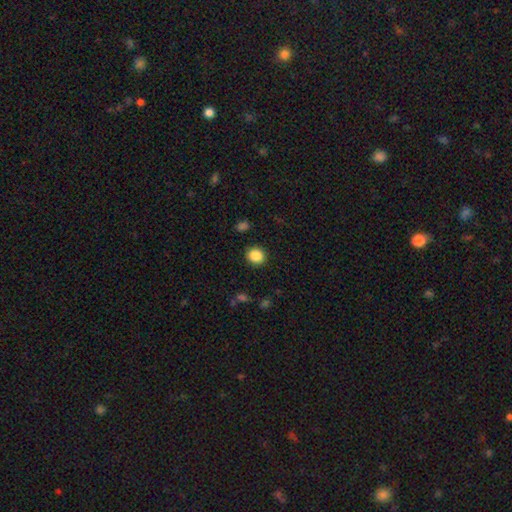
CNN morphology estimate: Smooth or featured?
  - smooth: 87% *
  - star or artifact: 9%
  - featured or disk: 3%
How rounded?
  - round: 78% *
  - in between: 21%
  - cigar-shaped: 1%
Merging?
  - none: 90% *
  - minor disturbance: 6%
  - major disturbance: 2%
  - merger: 1%